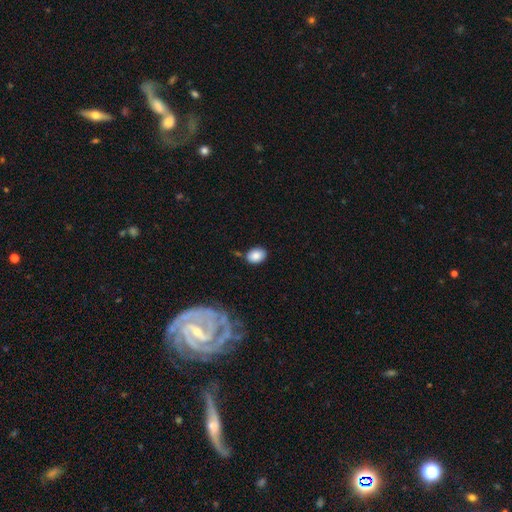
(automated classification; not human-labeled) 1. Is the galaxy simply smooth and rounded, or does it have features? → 86% smooth, 8% star or artifact, 6% featured or disk.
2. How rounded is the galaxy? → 73% in between, 26% round, 1% cigar-shaped.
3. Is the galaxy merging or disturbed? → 77% none, 16% minor disturbance, 4% merger, 3% major disturbance.